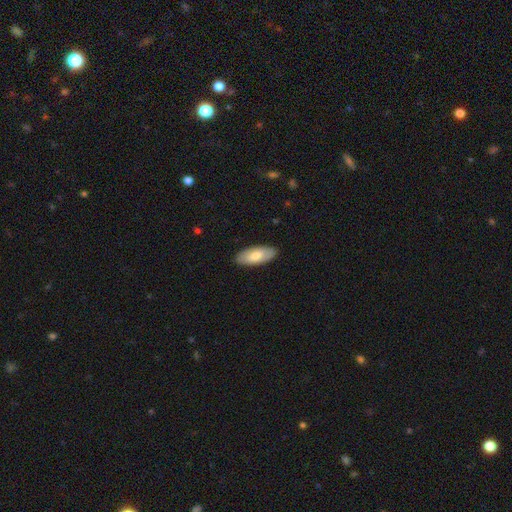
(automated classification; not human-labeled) A smooth galaxy with no disk features (64%) that is in between round and cigar-shaped (86%).

Vote fractions:
- Smooth or featured? smooth: 64% / featured or disk: 30% / star or artifact: 5%
- How rounded? in between: 86% / cigar-shaped: 12% / round: 2%
- Merging? none: 88% / minor disturbance: 9% / major disturbance: 2% / merger: 1%